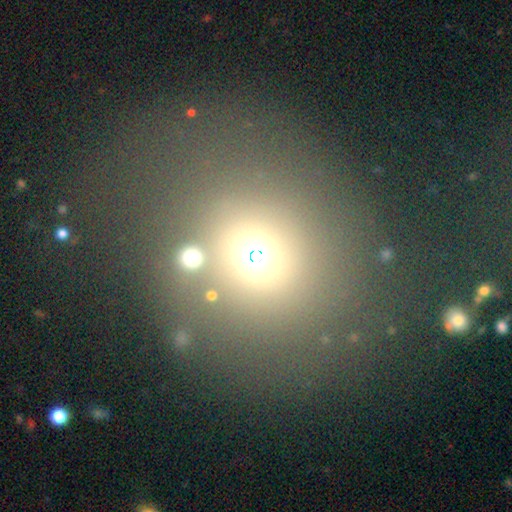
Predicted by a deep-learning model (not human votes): Smooth or featured: smooth — 63% (star or artifact — 28%)
How rounded: round — 83% (in between — 16%)
Merging: none — 68% (merger — 17%)